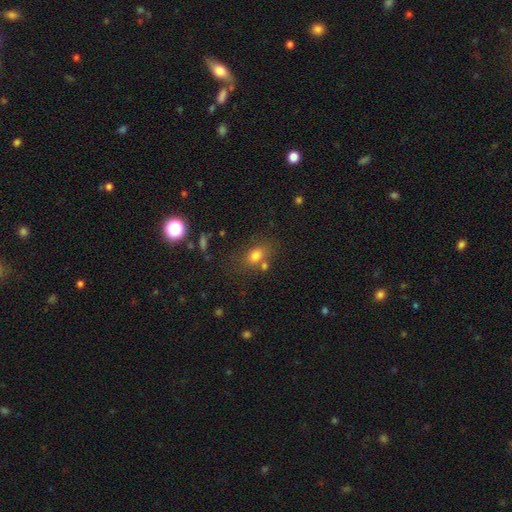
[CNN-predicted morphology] The model was most divided on "how rounded": in between: 70%, round: 28%, cigar-shaped: 2%. More confident: smooth or featured — smooth (76%); merging — none (63%).